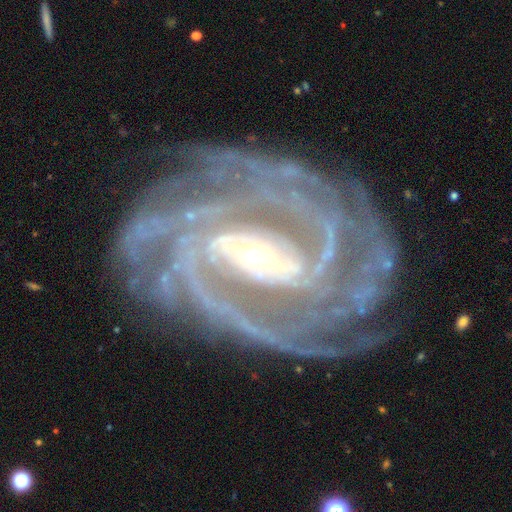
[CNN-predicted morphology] Smooth or featured?
  - featured or disk: 93% *
  - star or artifact: 4%
  - smooth: 3%
Edge-on disk?
  - no: 97% *
  - yes: 3%
Bar?
  - strong: 51% *
  - weak: 32%
  - no: 18%
Spiral arms?
  - yes: 98% *
  - no: 2%
Spiral winding?
  - tight: 65% *
  - medium: 29%
  - loose: 6%
Spiral arm count?
  - 2: 29% *
  - 3: 19%
  - can't tell: 16%
  - 4: 16%
  - more than 4: 11%
  - 1: 9%
Bulge size?
  - small: 49% *
  - moderate: 45%
  - large: 4%
  - none: 1%
  - dominant: 1%
Merging?
  - none: 73% *
  - minor disturbance: 16%
  - major disturbance: 9%
  - merger: 2%